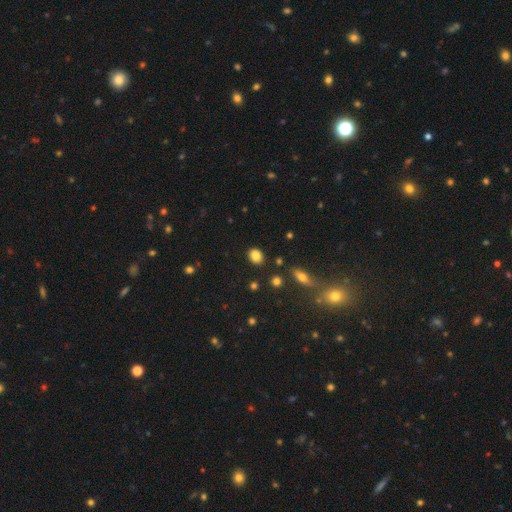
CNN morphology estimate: smooth 85%, star or artifact 10%, featured or disk 5%. Down the decision tree: how rounded — in between (57%); merging — none (86%).